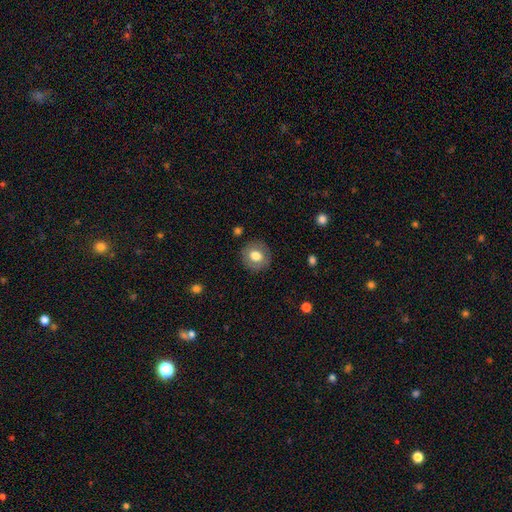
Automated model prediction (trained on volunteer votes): A smooth galaxy with no disk features (73%) that is round (89%). Merging: none (89%).